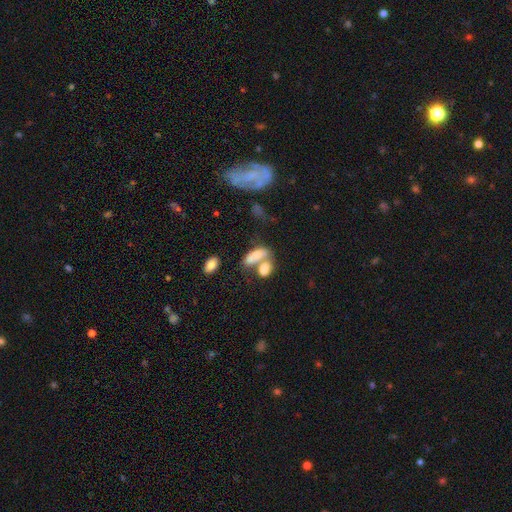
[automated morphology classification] This appears to be a smooth galaxy with no disk features (67%) that is in between round and cigar-shaped (86%). Merging: merger (56%).